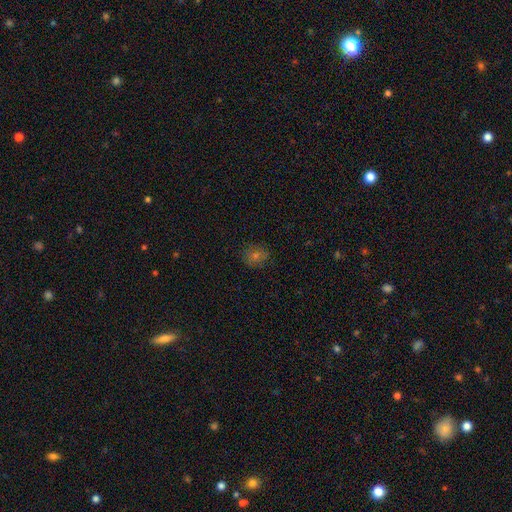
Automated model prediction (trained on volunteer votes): The model was most divided on "smooth or featured": smooth: 58%, star or artifact: 25%, featured or disk: 17%. More confident: merging — none (83%); how rounded — round (77%).